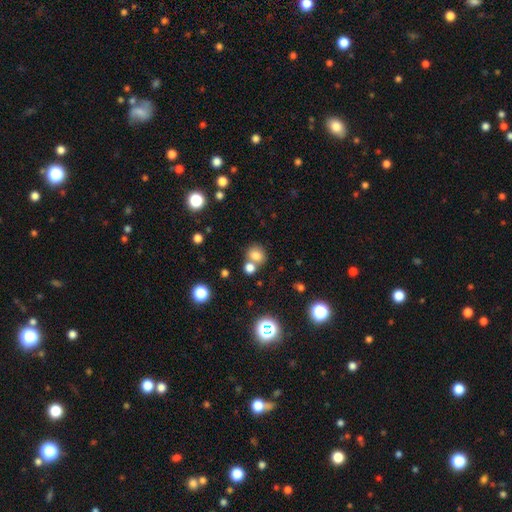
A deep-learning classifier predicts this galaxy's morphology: Overall: smooth (77%). How rounded: round (72%). Merging: none (54%; merger 33%).